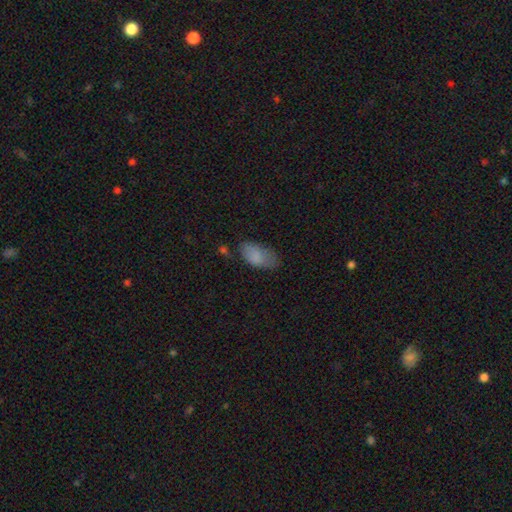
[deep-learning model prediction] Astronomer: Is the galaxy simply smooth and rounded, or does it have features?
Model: smooth — 82%.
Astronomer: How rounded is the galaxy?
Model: in between — 94%.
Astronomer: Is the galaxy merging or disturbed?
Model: none — 57%.